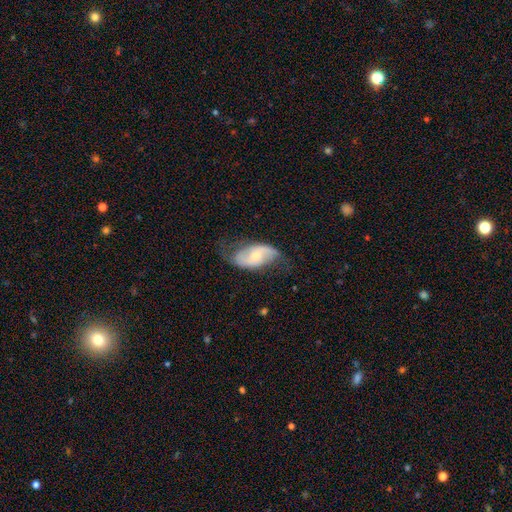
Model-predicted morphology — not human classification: smooth_or_featured: featured or disk (p=0.69) [alt: smooth p=0.25]
disk_edge_on: no (p=0.95) [alt: yes p=0.05]
bar: no (p=0.51) [alt: weak p=0.37]
has_spiral_arms: yes (p=0.90) [alt: no p=0.10]
spiral_winding: loose (p=0.55) [alt: medium p=0.33]
spiral_arm_count: 2 (p=0.86) [alt: can't tell p=0.07]
bulge_size: small (p=0.48) [alt: moderate p=0.43]
merging: none (p=0.59) [alt: minor disturbance p=0.26]